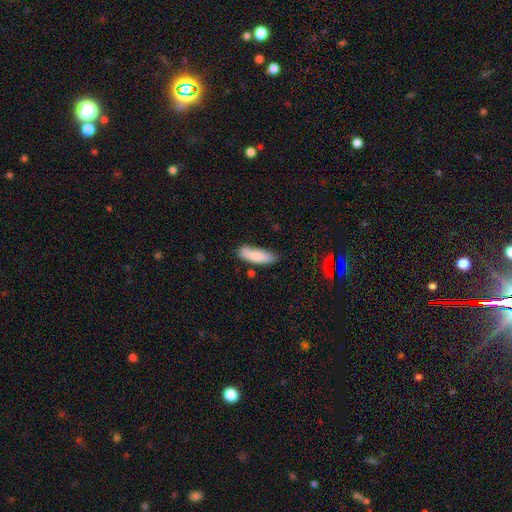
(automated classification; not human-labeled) Smooth or featured? Predicted: smooth (p=0.84). How rounded? Predicted: in between (p=0.52). Merging? Predicted: none (p=0.68).